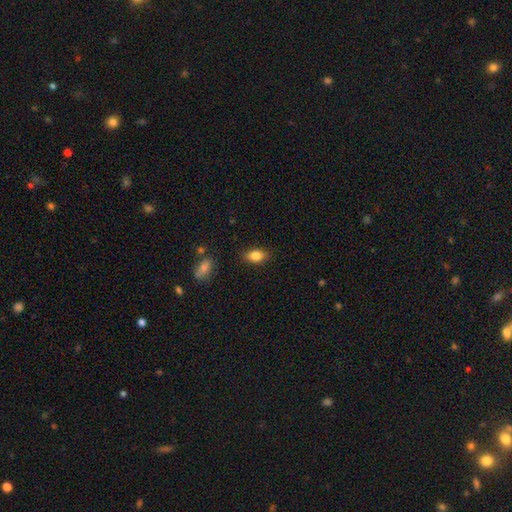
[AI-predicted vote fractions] This appears to be a smooth galaxy with no disk features (83%) that is in between round and cigar-shaped (83%). Merging: none (84%).